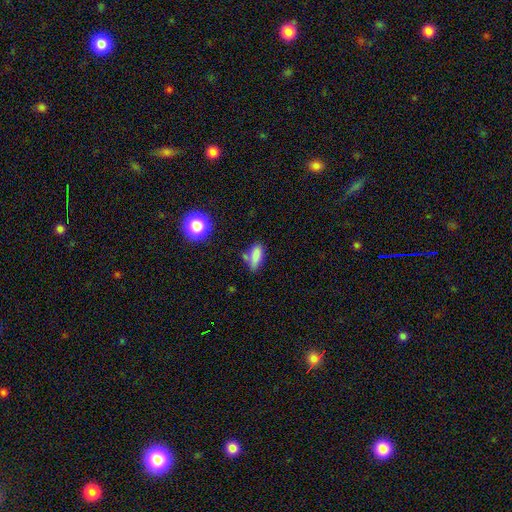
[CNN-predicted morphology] The model was most divided on "merging": none: 52%, minor disturbance: 24%, merger: 16%, major disturbance: 8%. More confident: smooth or featured — smooth (81%); how rounded — in between (71%).